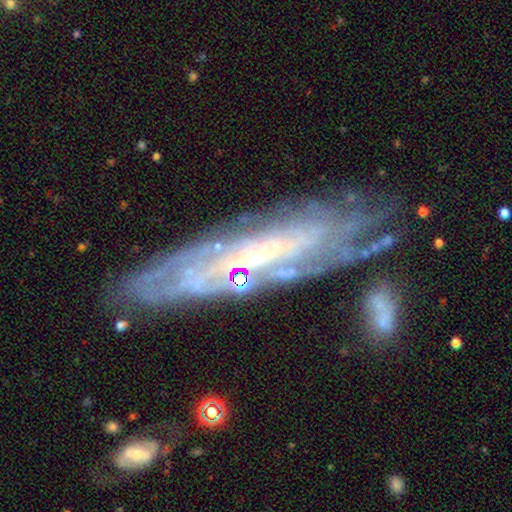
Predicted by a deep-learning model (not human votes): A featured or disk galaxy (79%) with no bar (62%), spiral arms (80%) and a small central bulge (77%).

Vote fractions:
- Smooth or featured? featured or disk: 79% / smooth: 13% / star or artifact: 8%
- Edge-on disk? no: 67% / yes: 33%
- Bar? no: 62% / weak: 25% / strong: 13%
- Spiral arms? yes: 80% / no: 20%
- Bulge size? small: 77% / moderate: 15% / none: 5% / large: 2% / dominant: 1%
- Merging? none: 66% / minor disturbance: 20% / major disturbance: 9% / merger: 5%